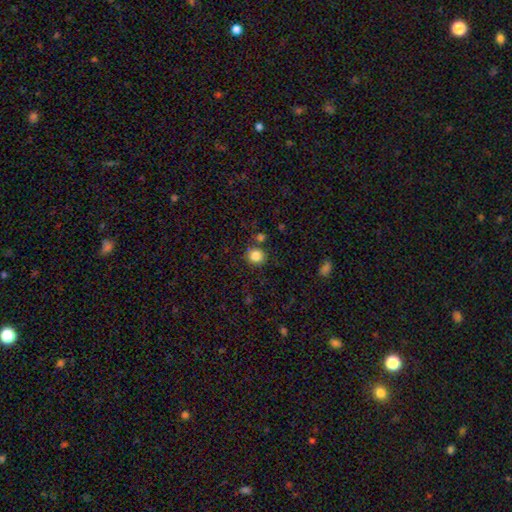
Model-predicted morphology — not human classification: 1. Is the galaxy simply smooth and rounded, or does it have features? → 85% smooth, 11% star or artifact, 4% featured or disk.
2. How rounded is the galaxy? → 88% round, 11% in between, 1% cigar-shaped.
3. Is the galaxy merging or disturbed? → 82% none, 8% minor disturbance, 7% merger, 3% major disturbance.